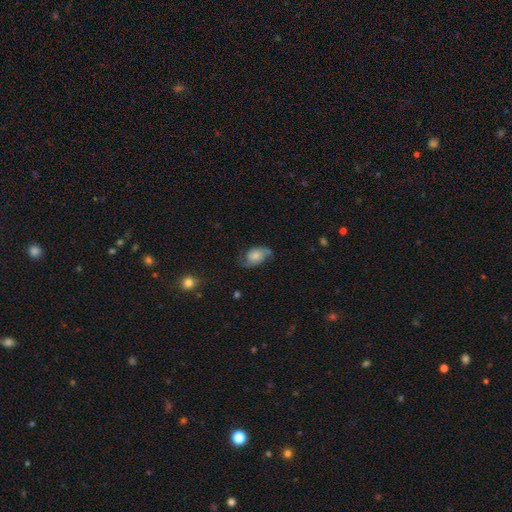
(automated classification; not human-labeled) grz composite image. It shows a featured or disk galaxy (62%) with no bar (70%), 2 (87%) medium (43%) spiral arms (92%) and a small central bulge (31%, tied with moderate). Merging: none (62%).